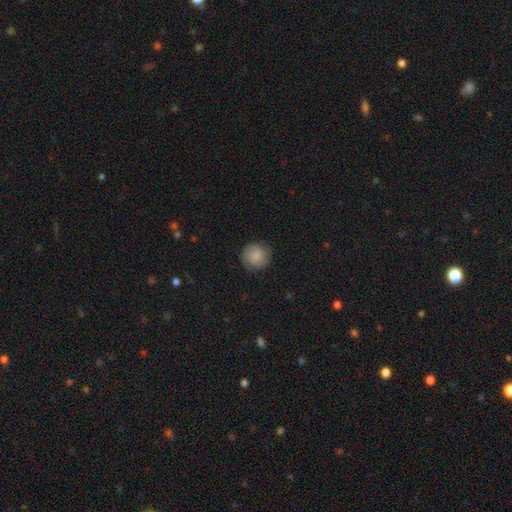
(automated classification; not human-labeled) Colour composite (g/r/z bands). It shows a smooth galaxy with no disk features (79%) that is round (91%). Merging: none (83%).